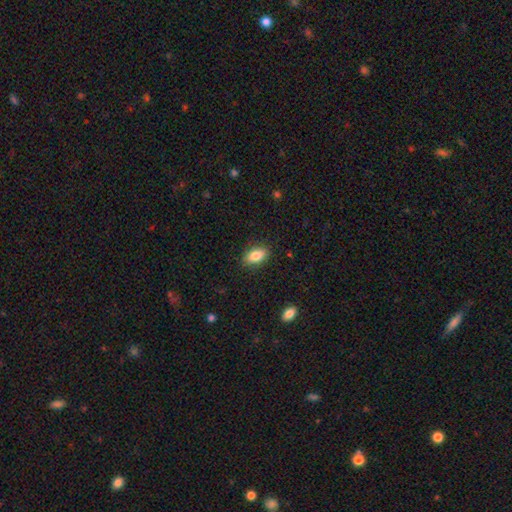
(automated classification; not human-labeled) Smooth or featured?
  - smooth: 84% *
  - featured or disk: 8%
  - star or artifact: 8%
How rounded?
  - in between: 89% *
  - round: 6%
  - cigar-shaped: 4%
Merging?
  - none: 87% *
  - minor disturbance: 9%
  - major disturbance: 2%
  - merger: 1%